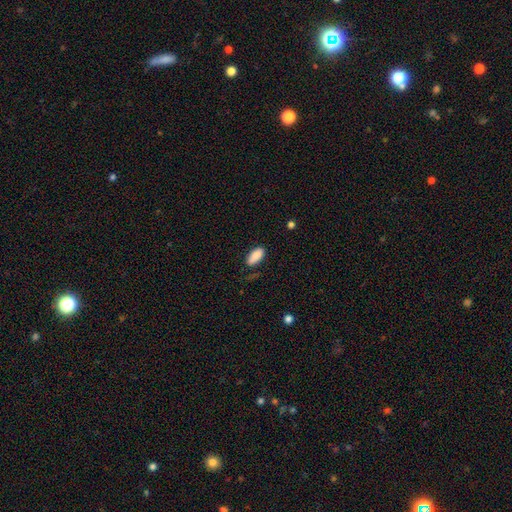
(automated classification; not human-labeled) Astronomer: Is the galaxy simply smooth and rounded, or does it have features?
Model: smooth — 87%.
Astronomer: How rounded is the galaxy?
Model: in between — 89%.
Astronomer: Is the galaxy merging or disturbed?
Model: none — 70%.